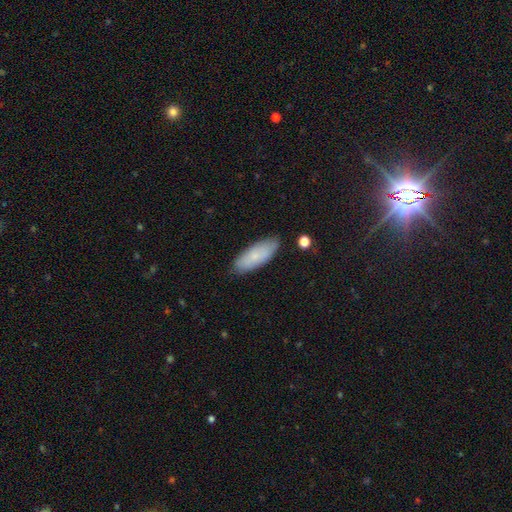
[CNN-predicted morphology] Q: Smooth or featured?
A: smooth (77%); runner-up: featured or disk (16%)
Q: How rounded?
A: in between (72%); runner-up: cigar-shaped (26%)
Q: Merging?
A: none (81%); runner-up: minor disturbance (14%)